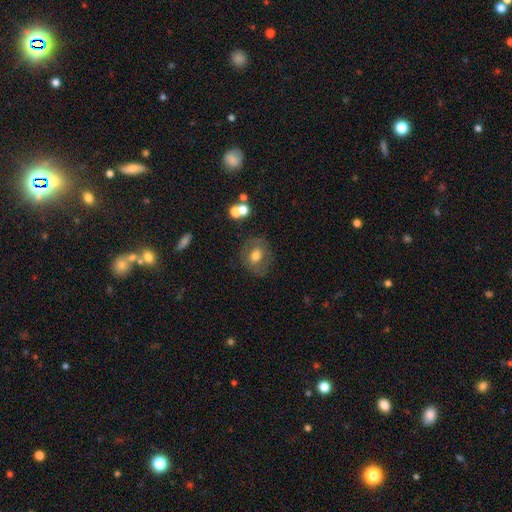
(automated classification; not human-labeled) smooth-or-featured: smooth: 57% | featured or disk: 34% | star or artifact: 9%
  how-rounded: round: 57% | in between: 42% | cigar-shaped: 1%
  merging: none: 72% | minor disturbance: 16% | major disturbance: 8% | merger: 4%